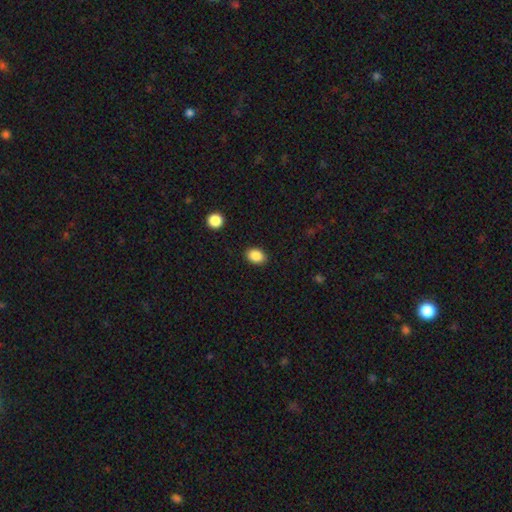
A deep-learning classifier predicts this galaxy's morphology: smooth-or-featured: smooth: 87% | star or artifact: 9% | featured or disk: 4%
  how-rounded: in between: 75% | round: 24% | cigar-shaped: 1%
  merging: none: 88% | minor disturbance: 8% | major disturbance: 2% | merger: 1%